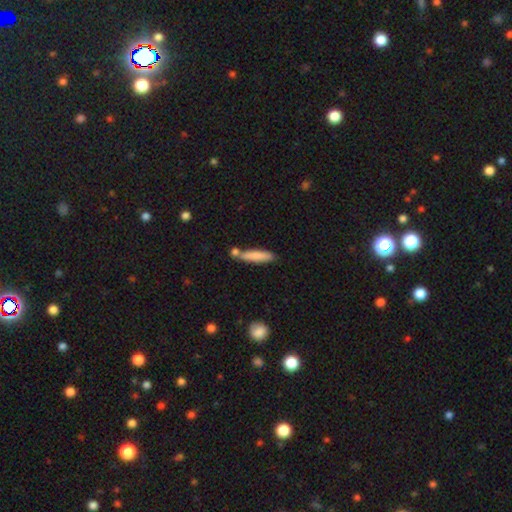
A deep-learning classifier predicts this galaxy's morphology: Smooth or featured?
  - smooth: 80% *
  - featured or disk: 14%
  - star or artifact: 6%
How rounded?
  - cigar-shaped: 83% *
  - in between: 16%
  - round: 2%
Merging?
  - none: 67% *
  - merger: 16%
  - minor disturbance: 14%
  - major disturbance: 3%